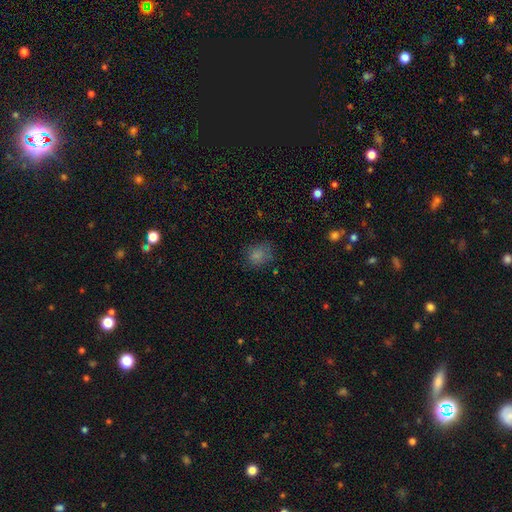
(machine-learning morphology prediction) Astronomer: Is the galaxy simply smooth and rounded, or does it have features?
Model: smooth — 70%.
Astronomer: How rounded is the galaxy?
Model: round — 65%.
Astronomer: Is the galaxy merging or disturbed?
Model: none — 74%.